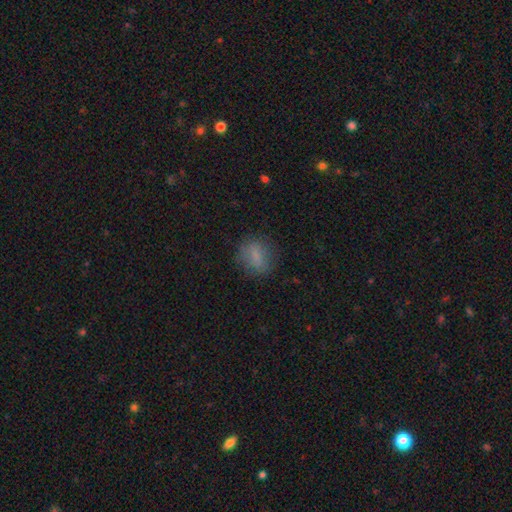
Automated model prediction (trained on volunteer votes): This appears to be a smooth galaxy with no disk features (75%) that is in between round and cigar-shaped (50%). Merging: none (78%).